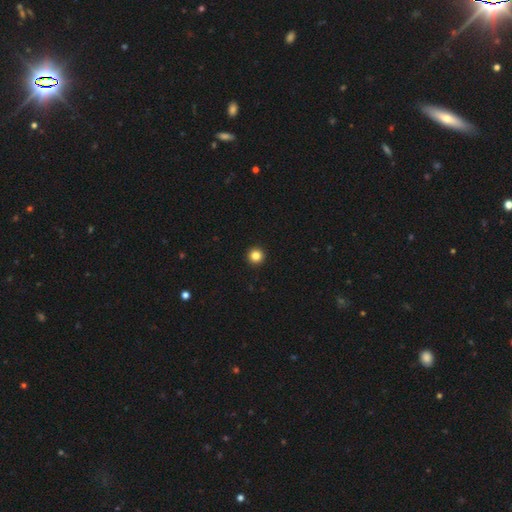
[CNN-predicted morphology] This is clearly a smooth galaxy (84%). How rounded: clearly round (96%). Merging: clearly none (94%).